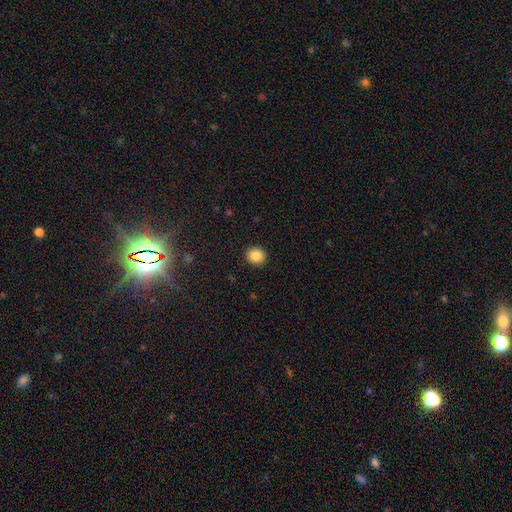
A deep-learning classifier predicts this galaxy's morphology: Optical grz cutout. It shows a smooth galaxy with no disk features (85%) that is round (87%). Merging: none (93%).